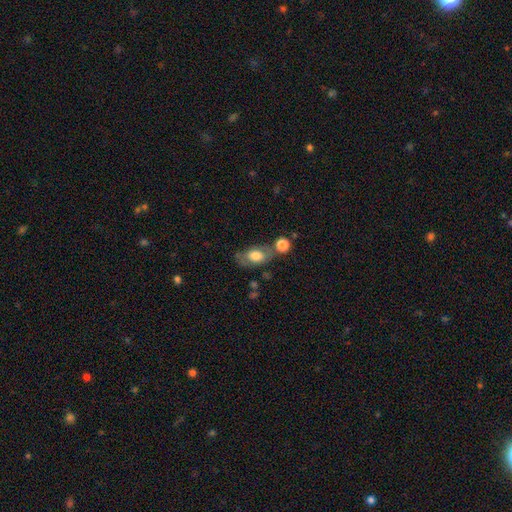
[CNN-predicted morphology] smooth-or-featured: smooth: 64% | featured or disk: 28% | star or artifact: 8%
  how-rounded: in between: 85% | round: 12% | cigar-shaped: 4%
  merging: none: 51% | minor disturbance: 20% | merger: 19% | major disturbance: 10%